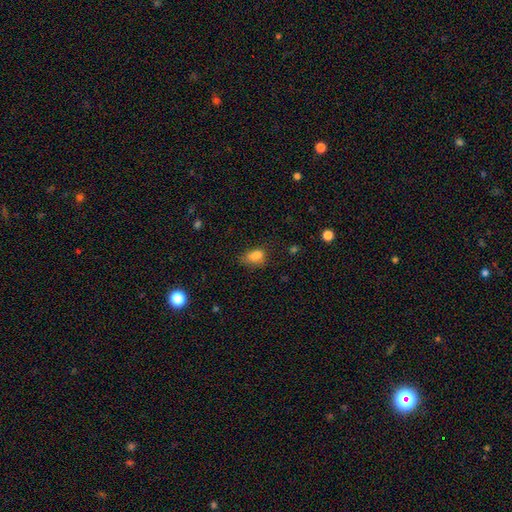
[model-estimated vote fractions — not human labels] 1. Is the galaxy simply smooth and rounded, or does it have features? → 81% smooth, 12% star or artifact, 7% featured or disk.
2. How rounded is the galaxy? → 84% in between, 13% round, 3% cigar-shaped.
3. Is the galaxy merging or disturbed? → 50% none, 33% minor disturbance, 13% major disturbance, 5% merger.